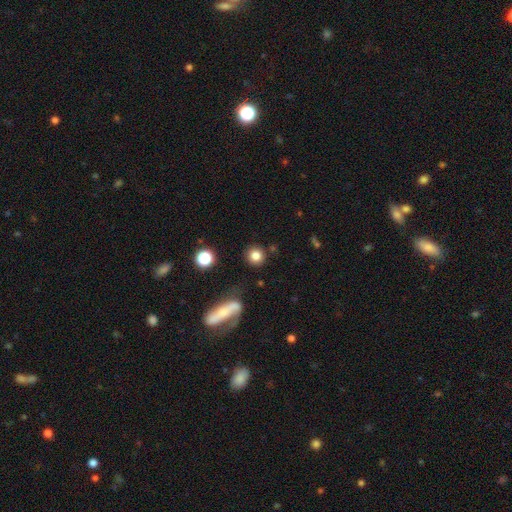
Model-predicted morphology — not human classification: smooth_or_featured: smooth (p=0.81) [alt: star or artifact p=0.12]
how_rounded: round (p=0.91) [alt: in between p=0.07]
merging: none (p=0.86) [alt: minor disturbance p=0.08]